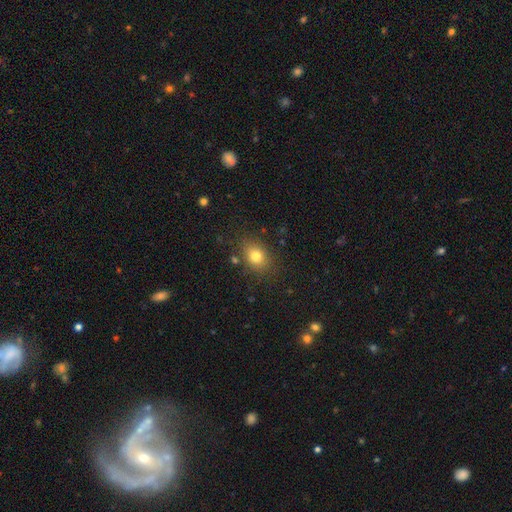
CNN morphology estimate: Smooth or featured? smooth (77%)
How rounded? in between (51%)
Merging? none (81%)